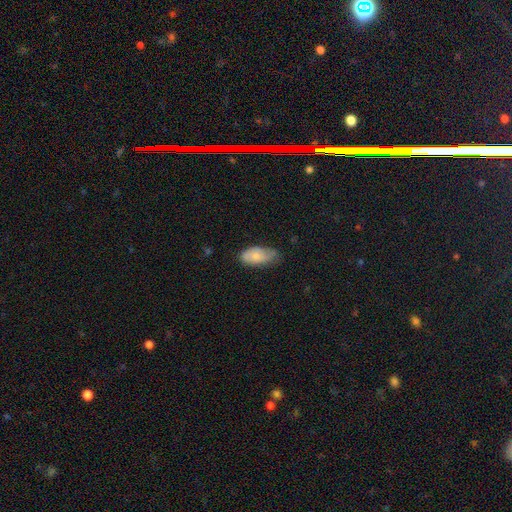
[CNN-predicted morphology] Q: Smooth or featured?
A: smooth (69%); runner-up: featured or disk (24%)
Q: How rounded?
A: in between (92%); runner-up: cigar-shaped (5%)
Q: Merging?
A: none (51%); runner-up: minor disturbance (38%)